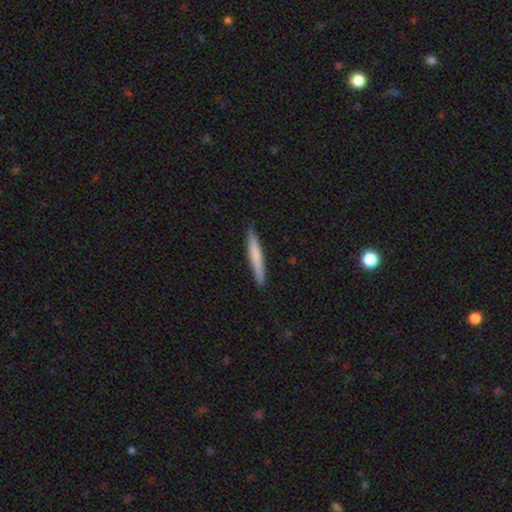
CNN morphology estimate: Smooth or featured?
  - smooth: 69% *
  - featured or disk: 26%
  - star or artifact: 5%
How rounded?
  - cigar-shaped: 95% *
  - in between: 3%
  - round: 1%
Merging?
  - none: 90% *
  - minor disturbance: 8%
  - major disturbance: 1%
  - merger: 1%